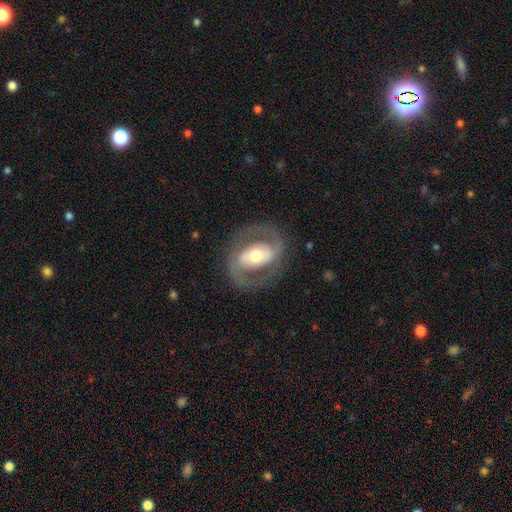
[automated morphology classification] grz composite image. It shows a featured or disk galaxy (79%) with a strong bar (36%), 2 (88%) medium (51%) spiral arms (74%) and a moderate central bulge (65%). Merging: none (79%).